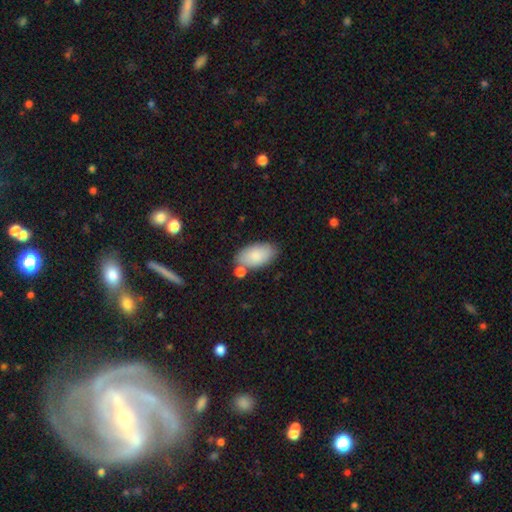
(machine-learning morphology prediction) This is clearly a smooth galaxy (84%). How rounded: clearly in between (95%). Merging: likely none (69%).